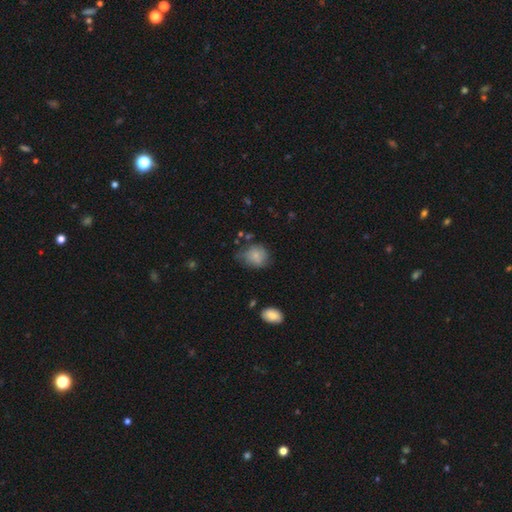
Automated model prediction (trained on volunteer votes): A smooth galaxy with no disk features (78%) that is round (65%).

Vote fractions:
- Smooth or featured? smooth: 78% / featured or disk: 13% / star or artifact: 9%
- How rounded? round: 65% / in between: 34% / cigar-shaped: 1%
- Merging? none: 51% / minor disturbance: 34% / major disturbance: 11% / merger: 4%